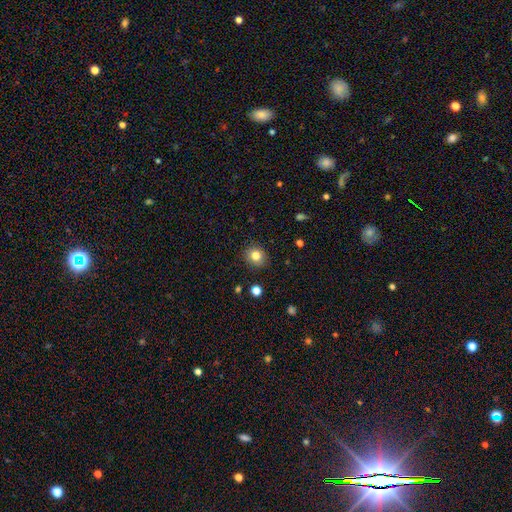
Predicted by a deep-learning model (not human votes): Smooth or featured? smooth (81%)
How rounded? round (84%)
Merging? none (89%)